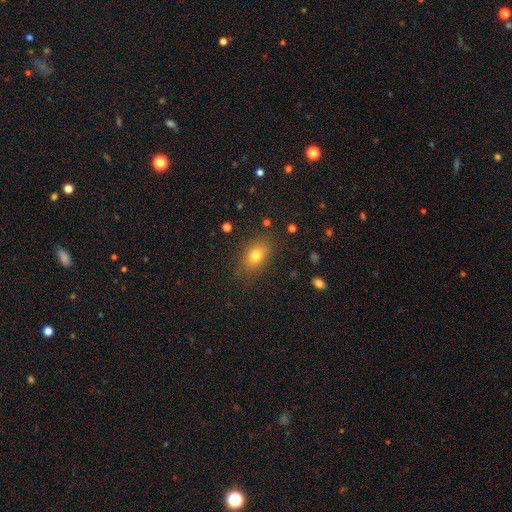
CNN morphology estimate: Smooth or featured?
  - smooth: 77% *
  - featured or disk: 12%
  - star or artifact: 11%
How rounded?
  - in between: 80% *
  - round: 16%
  - cigar-shaped: 4%
Merging?
  - none: 83% *
  - minor disturbance: 12%
  - major disturbance: 4%
  - merger: 1%